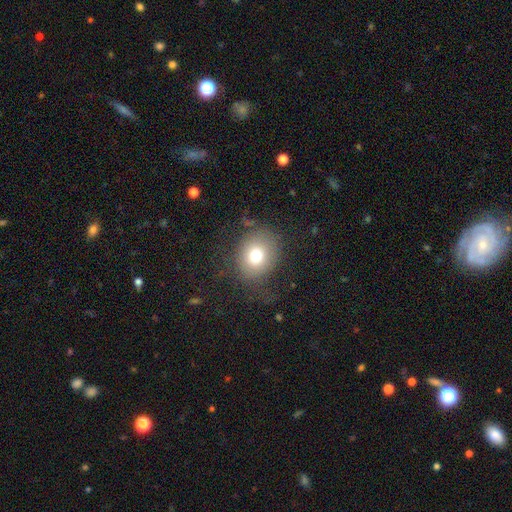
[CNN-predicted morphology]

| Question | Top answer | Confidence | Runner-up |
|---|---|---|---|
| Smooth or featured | smooth | 74% | featured or disk (14%) |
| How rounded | round | 69% | in between (30%) |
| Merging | none | 68% | minor disturbance (17%) |